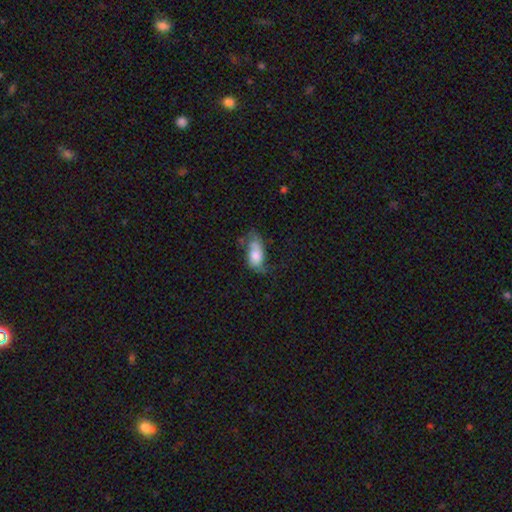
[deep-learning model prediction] Smooth or featured? Predicted: smooth (p=0.65). How rounded? Predicted: in between (p=0.88). Merging? Predicted: none (p=0.38).